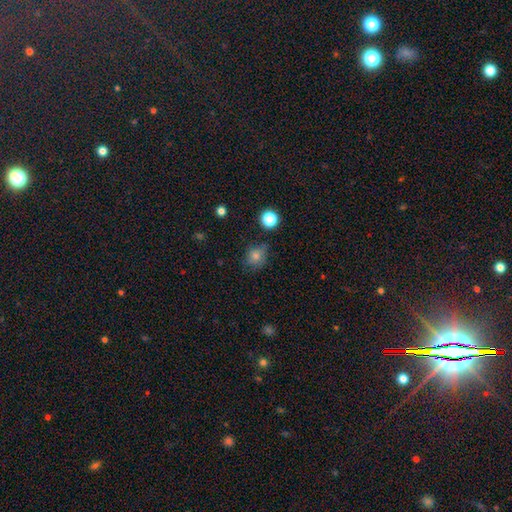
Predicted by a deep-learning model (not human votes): Overall: smooth (73%). How rounded: round (77%). Merging: none (74%).